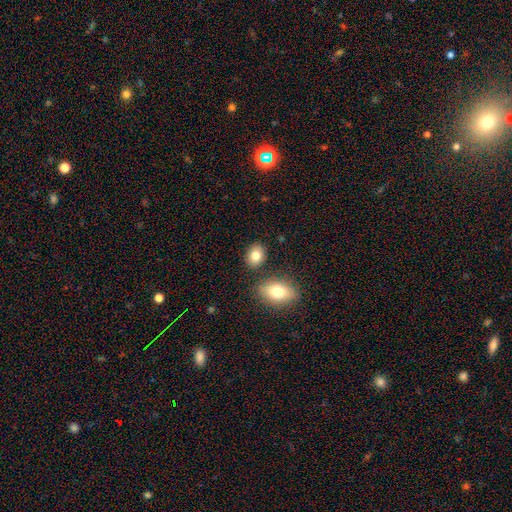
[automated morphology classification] Smooth or featured: smooth — 81% (featured or disk — 11%)
How rounded: in between — 70% (round — 29%)
Merging: none — 80% (minor disturbance — 10%)